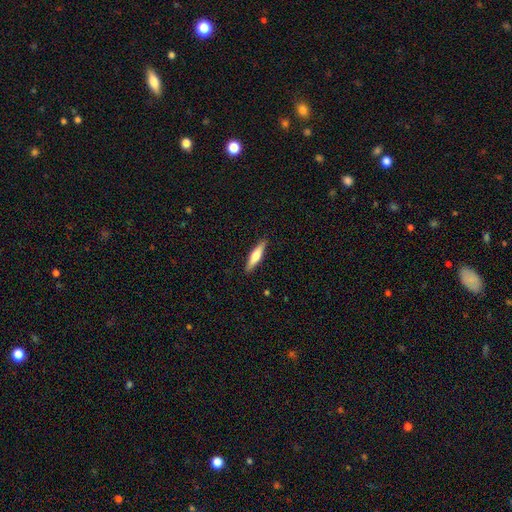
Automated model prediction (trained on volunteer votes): Smooth or featured? Predicted: smooth (p=0.53). How rounded? Predicted: cigar-shaped (p=0.79). Merging? Predicted: none (p=0.90).